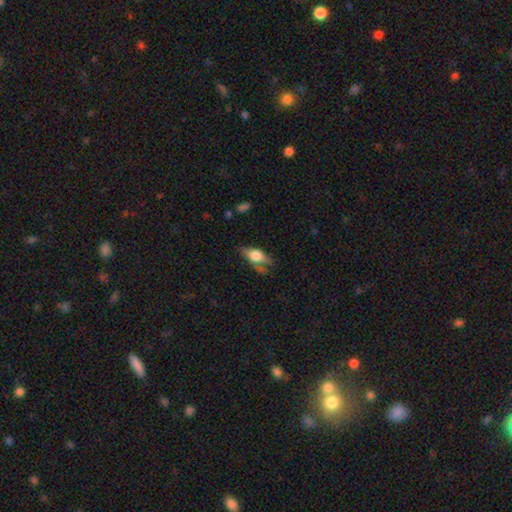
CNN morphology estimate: smooth_or_featured: smooth (p=0.57) [alt: featured or disk p=0.35]
how_rounded: in between (p=0.76) [alt: cigar-shaped p=0.17]
merging: none (p=0.54) [alt: minor disturbance p=0.27]